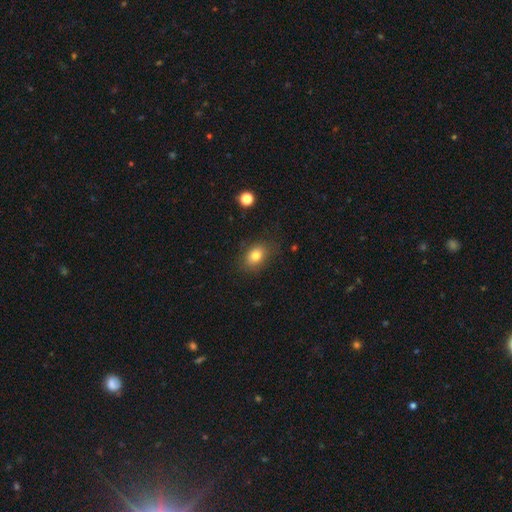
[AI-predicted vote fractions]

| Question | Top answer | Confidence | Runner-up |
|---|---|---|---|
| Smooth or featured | smooth | 80% | star or artifact (11%) |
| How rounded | in between | 69% | round (30%) |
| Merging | none | 80% | minor disturbance (14%) |